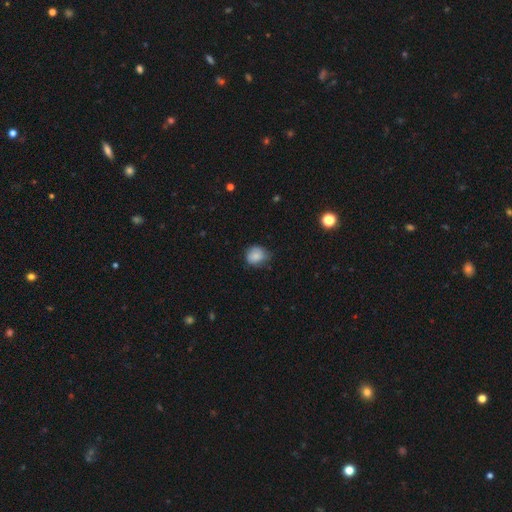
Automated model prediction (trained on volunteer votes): This is likely a smooth galaxy (80%). How rounded: likely round (71%). Merging: possibly none (59%).